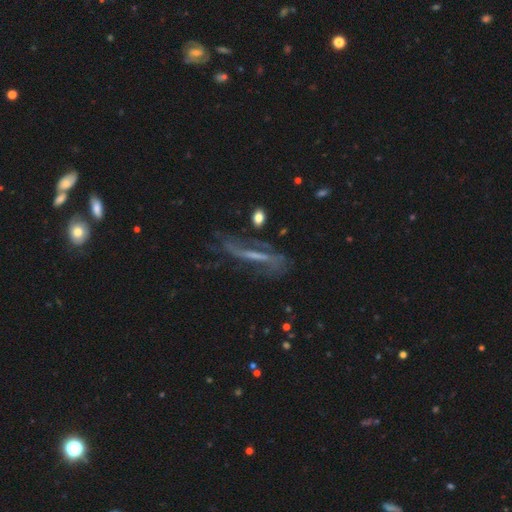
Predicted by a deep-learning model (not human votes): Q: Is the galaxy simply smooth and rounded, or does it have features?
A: featured or disk — 68%.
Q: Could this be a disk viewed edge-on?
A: no — 53%.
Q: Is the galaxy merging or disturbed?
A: none — 52%.